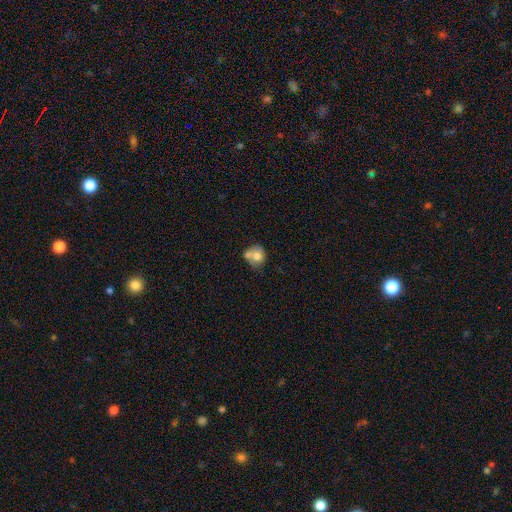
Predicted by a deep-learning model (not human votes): This is likely a smooth galaxy (70%). How rounded: likely round (66%). Merging: possibly merger (48%).